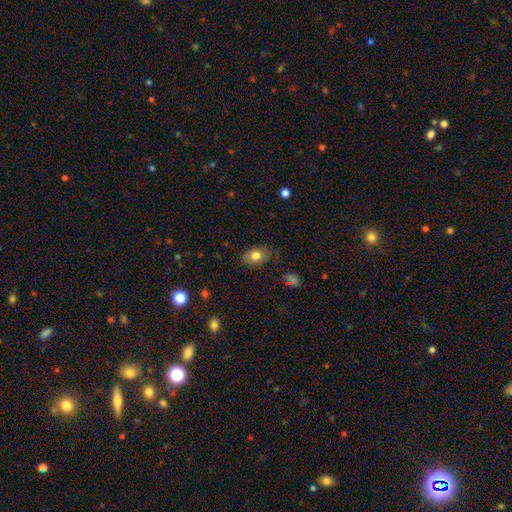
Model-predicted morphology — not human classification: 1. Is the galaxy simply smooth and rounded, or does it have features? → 77% smooth, 14% featured or disk, 9% star or artifact.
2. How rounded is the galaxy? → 80% in between, 18% round, 2% cigar-shaped.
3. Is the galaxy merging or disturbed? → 80% none, 16% minor disturbance, 3% major disturbance, 1% merger.